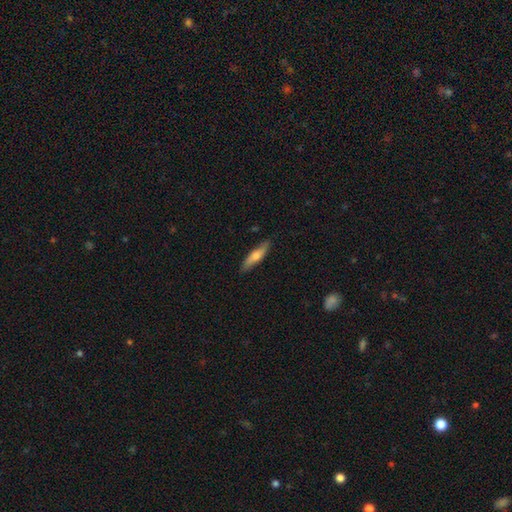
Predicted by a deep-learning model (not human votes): The model was most divided on "smooth or featured": smooth: 63%, featured or disk: 32%, star or artifact: 5%. More confident: merging — none (84%); how rounded — cigar-shaped (74%).